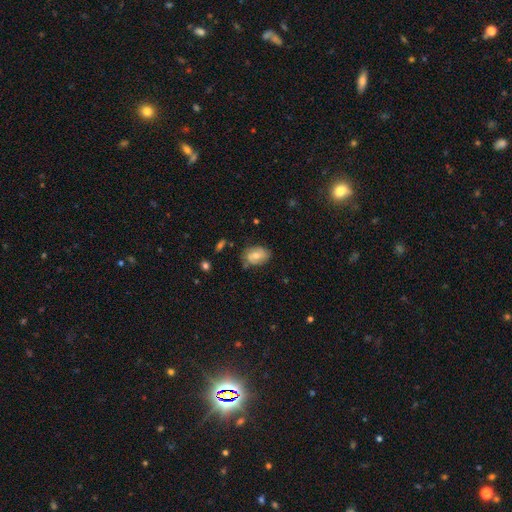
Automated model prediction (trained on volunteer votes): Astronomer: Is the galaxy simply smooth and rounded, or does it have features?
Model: smooth — 62%.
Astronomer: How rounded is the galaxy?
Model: in between — 83%.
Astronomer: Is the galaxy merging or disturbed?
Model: none — 68%.